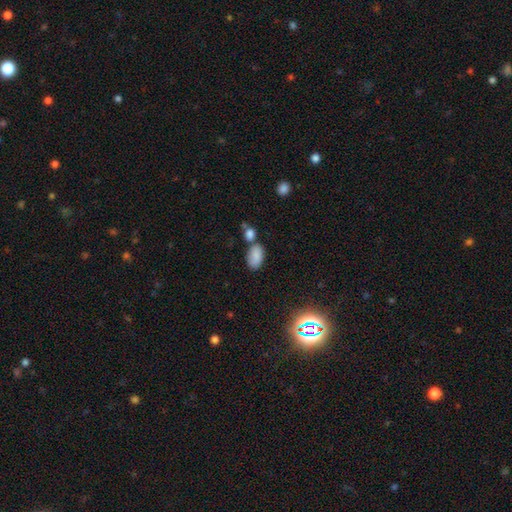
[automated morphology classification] Smooth or featured? Predicted: smooth (p=0.84). How rounded? Predicted: in between (p=0.93). Merging? Predicted: none (p=0.57).